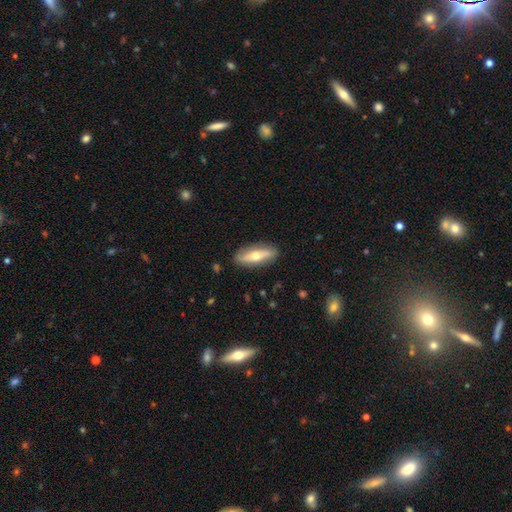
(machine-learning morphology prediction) Smooth or featured? featured or disk (49%)
Merging? none (87%)